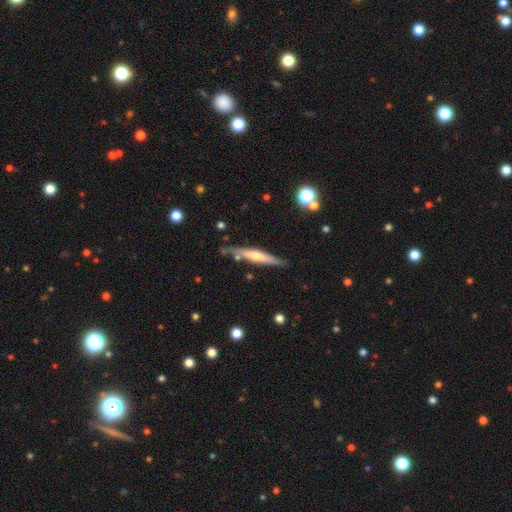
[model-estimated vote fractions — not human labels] smooth-or-featured: featured or disk: 58% | smooth: 35% | star or artifact: 7%
  disk-edge-on: yes: 92% | no: 8%
    edge-on-bulge: rounded: 65% | none: 25% | boxy: 10%
  merging: none: 78% | minor disturbance: 15% | merger: 5% | major disturbance: 3%